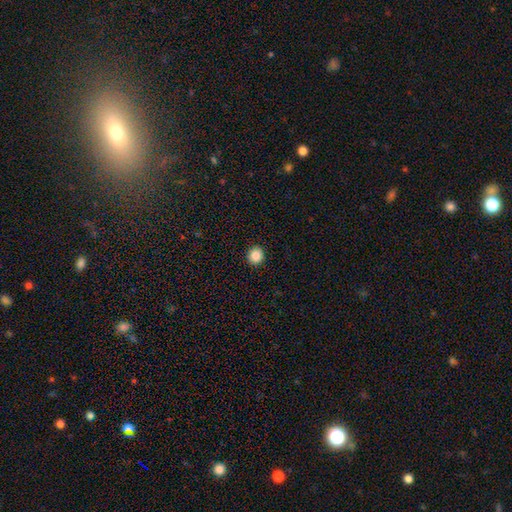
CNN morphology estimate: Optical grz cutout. It shows a smooth galaxy with no disk features (86%) that is round (86%). Merging: none (92%).